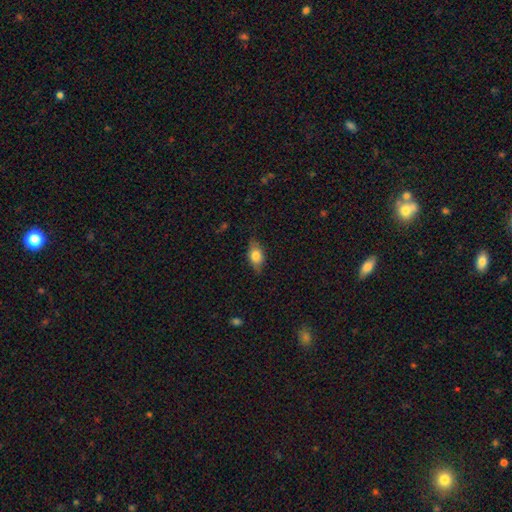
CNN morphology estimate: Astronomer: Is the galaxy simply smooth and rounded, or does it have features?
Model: smooth — 70%.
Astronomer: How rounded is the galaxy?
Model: in between — 82%.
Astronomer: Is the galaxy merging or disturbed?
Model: none — 77%.